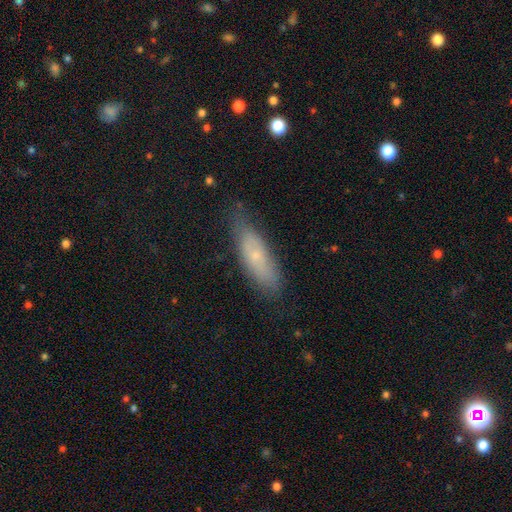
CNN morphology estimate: Smooth or featured? Predicted: smooth (p=0.63). How rounded? Predicted: in between (p=0.52). Merging? Predicted: none (p=0.66).